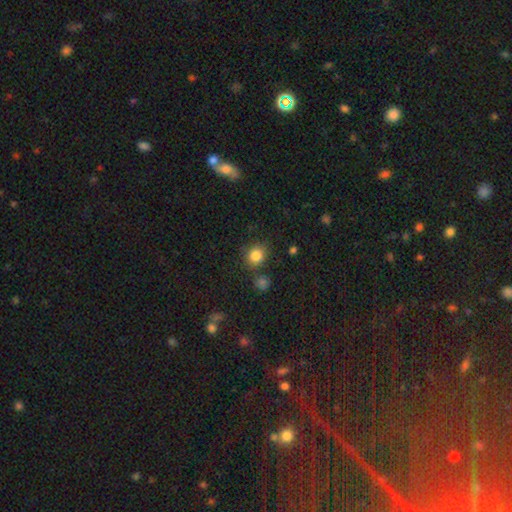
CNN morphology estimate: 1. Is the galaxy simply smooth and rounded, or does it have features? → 83% smooth, 12% star or artifact, 5% featured or disk.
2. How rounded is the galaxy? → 82% round, 17% in between, 1% cigar-shaped.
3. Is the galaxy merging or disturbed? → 78% none, 11% minor disturbance, 8% merger, 4% major disturbance.